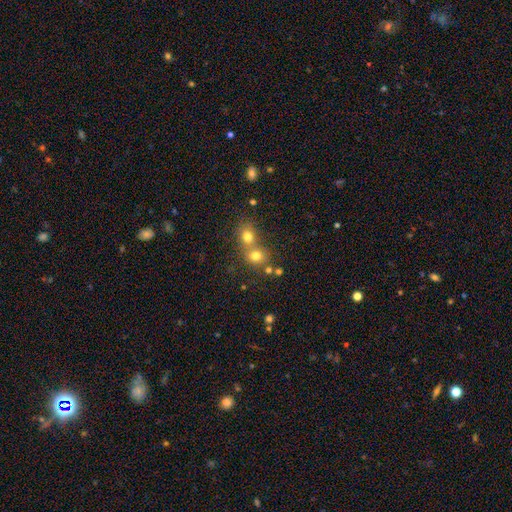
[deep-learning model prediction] smooth_or_featured: smooth (p=0.73) [alt: star or artifact p=0.16]
how_rounded: round (p=0.80) [alt: in between p=0.19]
merging: merger (p=0.53) [alt: none p=0.39]